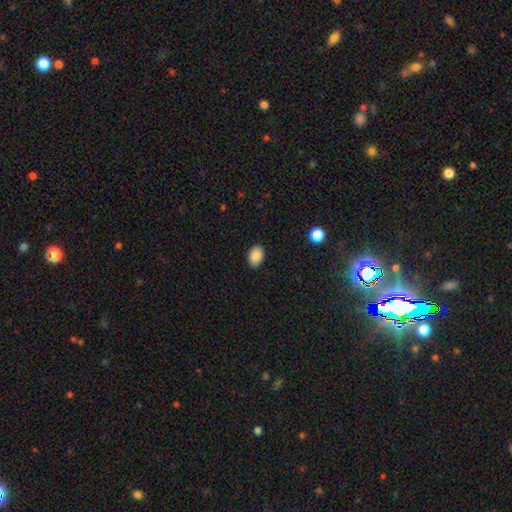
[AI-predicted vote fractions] smooth-or-featured: smooth: 88% | star or artifact: 8% | featured or disk: 4%
  how-rounded: in between: 81% | round: 18% | cigar-shaped: 1%
  merging: none: 88% | minor disturbance: 9% | major disturbance: 2% | merger: 1%